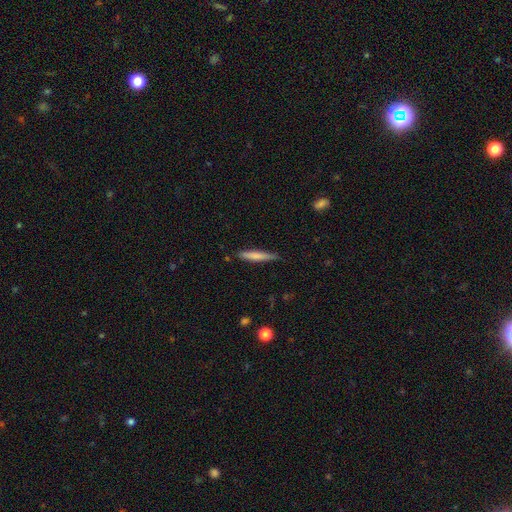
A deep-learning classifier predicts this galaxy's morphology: Smooth or featured?
  - smooth: 72% *
  - featured or disk: 22%
  - star or artifact: 6%
How rounded?
  - cigar-shaped: 93% *
  - in between: 6%
  - round: 1%
Merging?
  - none: 78% *
  - minor disturbance: 18%
  - major disturbance: 3%
  - merger: 2%